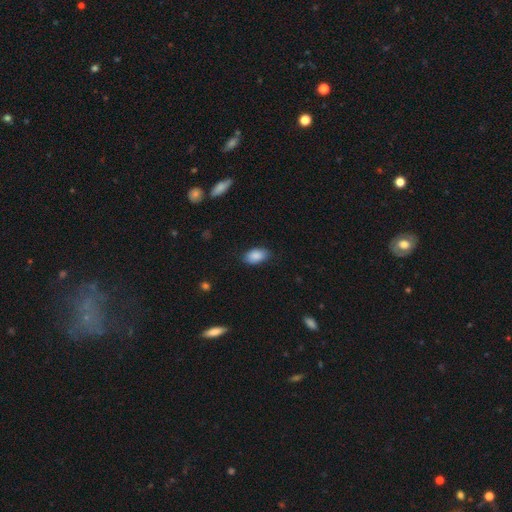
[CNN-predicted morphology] This appears to be a smooth galaxy with no disk features (88%) that is in between round and cigar-shaped (92%). Merging: none (81%).